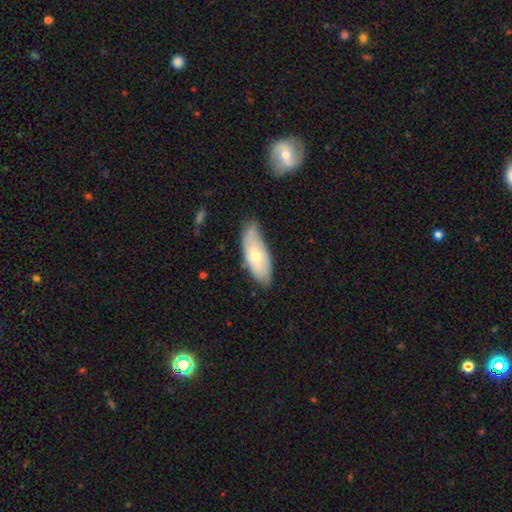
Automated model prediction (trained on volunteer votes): Overall: smooth (56%; featured or disk 38%). How rounded: in between (78%). Merging: none (66%; minor disturbance 26%).